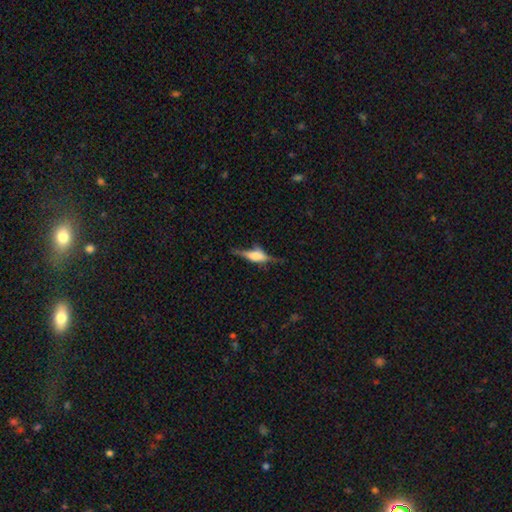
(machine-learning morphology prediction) A featured or disk galaxy (66%) viewed edge-on (95%) with a rounded central bulge (70%).

Vote fractions:
- Smooth or featured? featured or disk: 66% / smooth: 26% / star or artifact: 8%
- Edge-on disk? yes: 95% / no: 5%
- Edge-on bulge? rounded: 70% / boxy: 26% / none: 3%
- Merging? none: 70% / minor disturbance: 19% / major disturbance: 8% / merger: 2%